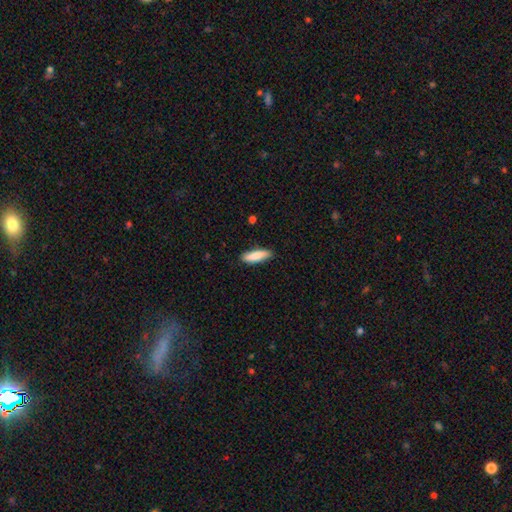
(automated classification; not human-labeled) smooth 86%, featured or disk 9%, star or artifact 6%. Down the decision tree: how rounded — cigar-shaped (56%); merging — none (85%).